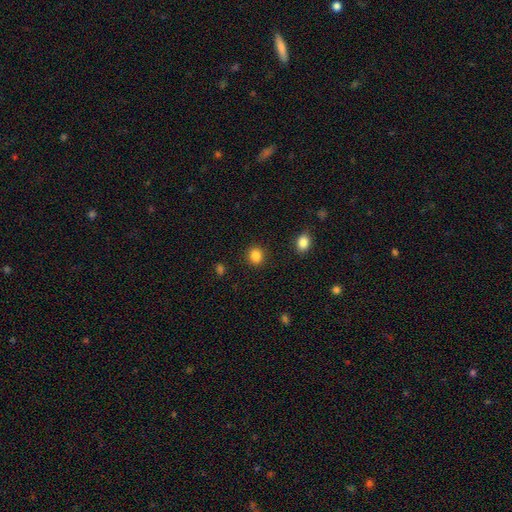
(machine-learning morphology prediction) smooth 86%, star or artifact 10%, featured or disk 4%. Down the decision tree: how rounded — round (75%); merging — none (90%).